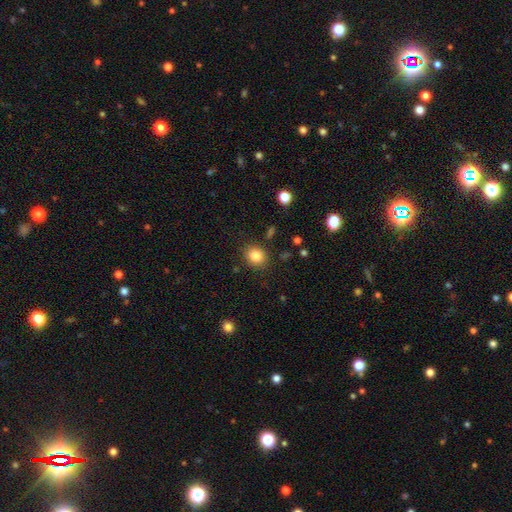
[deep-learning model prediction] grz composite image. It shows a smooth galaxy with no disk features (85%) that is round (71%). Merging: none (86%).